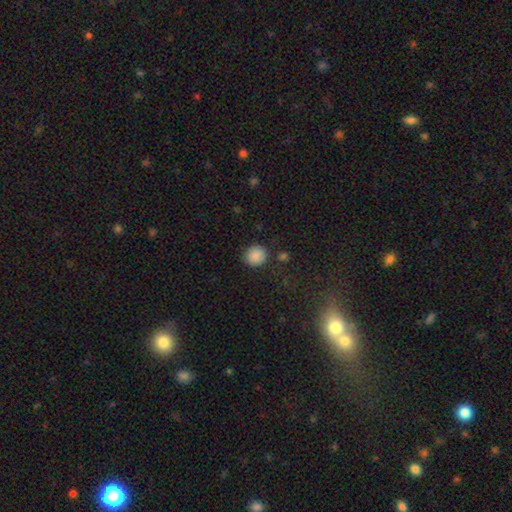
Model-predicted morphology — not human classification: A smooth galaxy with no disk features (87%) that is round (88%). Merging: none (86%).